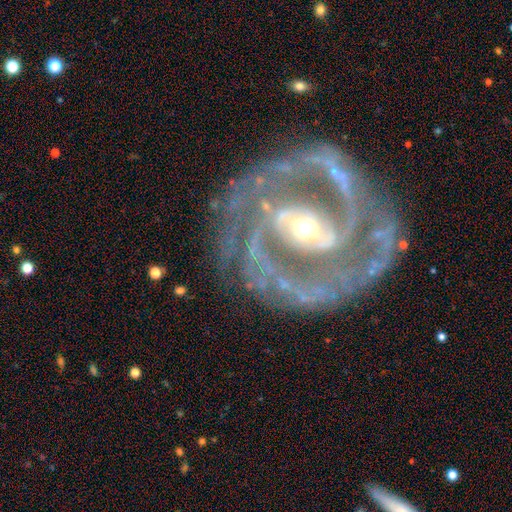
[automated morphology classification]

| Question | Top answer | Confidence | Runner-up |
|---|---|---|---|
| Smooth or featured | featured or disk | 93% | star or artifact (4%) |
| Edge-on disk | no | 97% | yes (3%) |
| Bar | strong | 42% | weak (34%) |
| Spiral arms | yes | 98% | no (2%) |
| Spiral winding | tight | 50% | medium (43%) |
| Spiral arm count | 2 | 79% | 3 (8%) |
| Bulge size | moderate | 57% | small (35%) |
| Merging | none | 78% | minor disturbance (13%) |